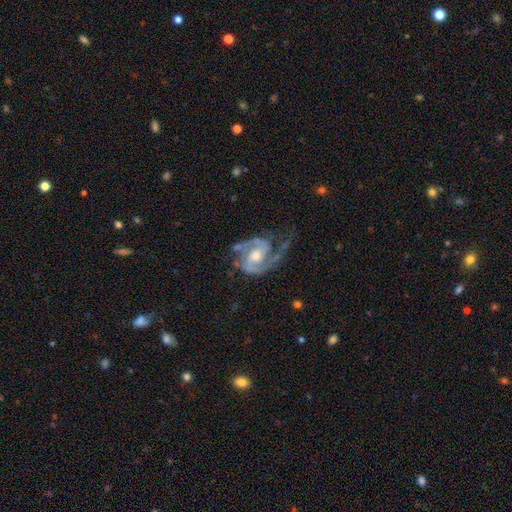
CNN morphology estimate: Smooth or featured? featured or disk (91%)
Edge-on disk? no (98%)
Bar? no (53%)
Spiral arms? yes (98%)
Spiral winding? medium (53%)
Spiral arm count? 2 (85%)
Bulge size? moderate (66%)
Merging? none (54%)